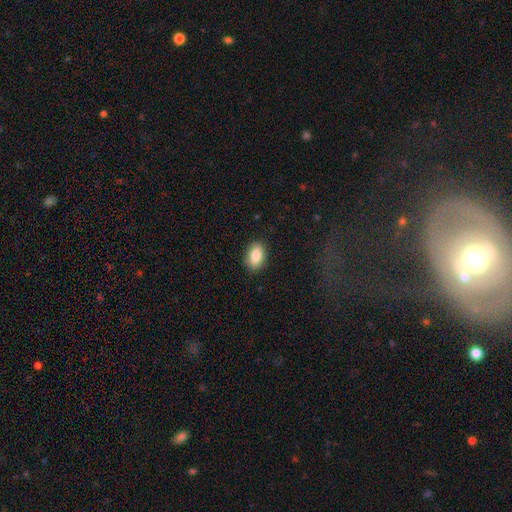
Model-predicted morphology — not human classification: A smooth galaxy with no disk features (85%) that is in between round and cigar-shaped (88%).

Vote fractions:
- Smooth or featured? smooth: 85% / featured or disk: 8% / star or artifact: 7%
- How rounded? in between: 88% / round: 9% / cigar-shaped: 3%
- Merging? none: 87% / minor disturbance: 10% / major disturbance: 2% / merger: 1%